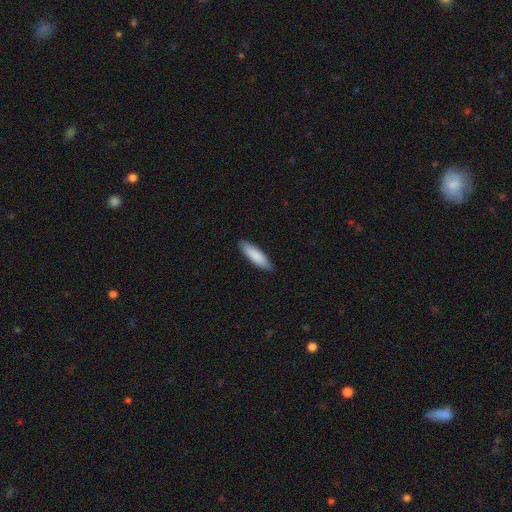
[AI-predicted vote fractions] Overall: smooth (88%). How rounded: cigar-shaped (59%; in between 40%). Merging: none (89%).